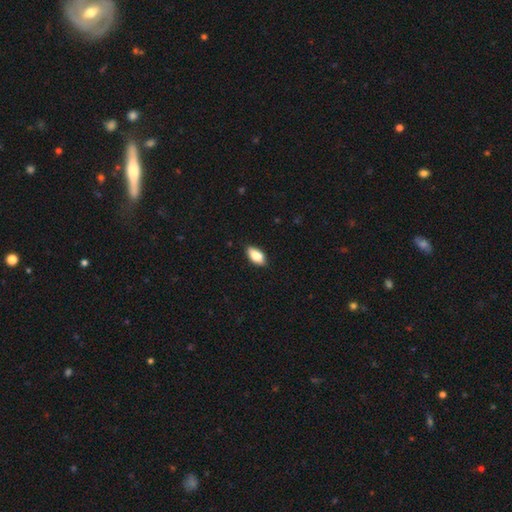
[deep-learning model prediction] Morphology: type=smooth (83%); roundness=in between (90%); merging=none (86%).